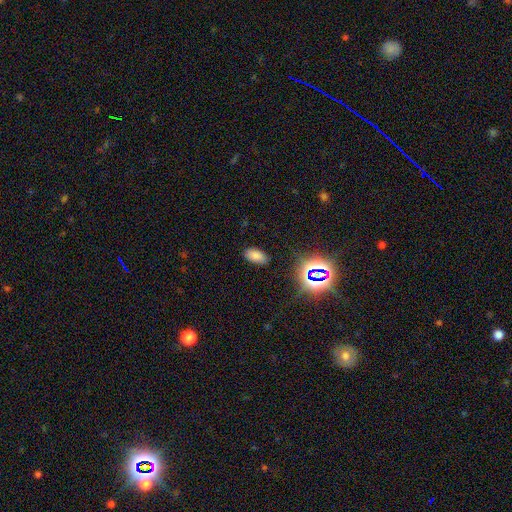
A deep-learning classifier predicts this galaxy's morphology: Smooth or featured: smooth — 72% (star or artifact — 20%)
How rounded: in between — 93% (round — 4%)
Merging: none — 85% (minor disturbance — 11%)